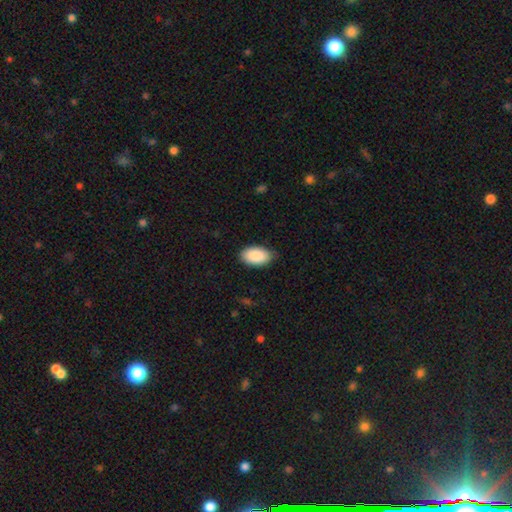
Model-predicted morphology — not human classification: A smooth galaxy with no disk features (90%) that is in between round and cigar-shaped (95%).

Vote fractions:
- Smooth or featured? smooth: 90% / star or artifact: 6% / featured or disk: 4%
- How rounded? in between: 95% / round: 3% / cigar-shaped: 1%
- Merging? none: 82% / minor disturbance: 15% / major disturbance: 2% / merger: 1%